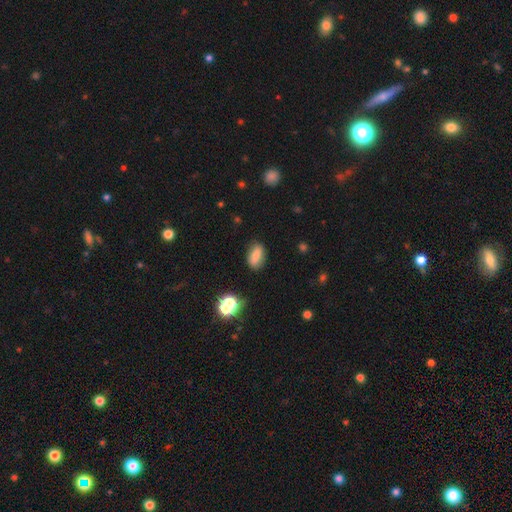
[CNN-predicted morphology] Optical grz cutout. It shows a smooth galaxy with no disk features (78%) that is in between round and cigar-shaped (86%). Merging: none (83%).